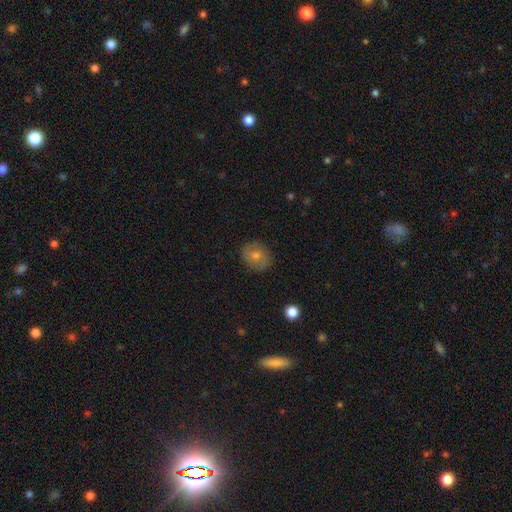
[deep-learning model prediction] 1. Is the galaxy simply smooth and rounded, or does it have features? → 54% smooth, 32% featured or disk, 13% star or artifact.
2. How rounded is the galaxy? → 62% round, 37% in between, 1% cigar-shaped.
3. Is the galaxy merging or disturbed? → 84% none, 12% minor disturbance, 3% major disturbance, 1% merger.